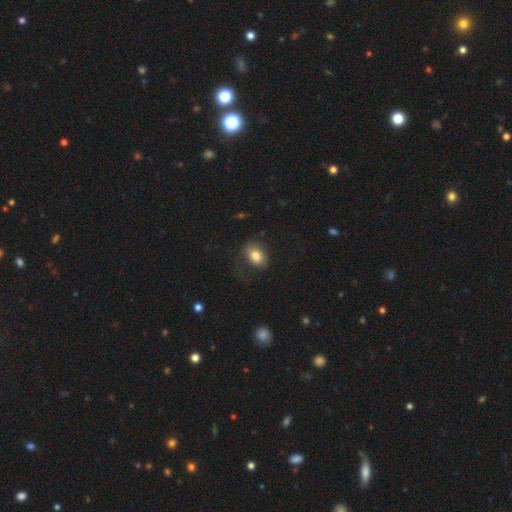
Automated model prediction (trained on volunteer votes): Smooth or featured? smooth (82%)
How rounded? in between (74%)
Merging? none (70%)